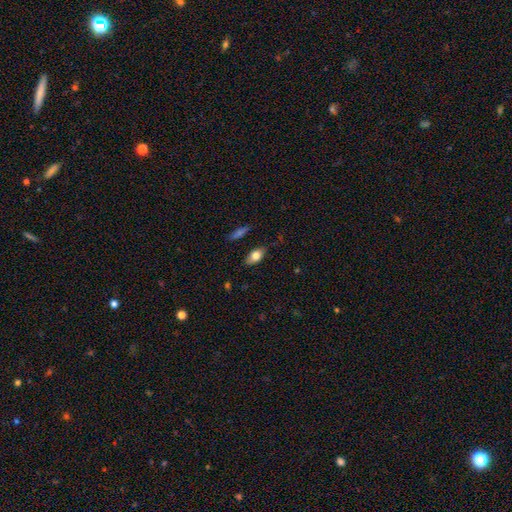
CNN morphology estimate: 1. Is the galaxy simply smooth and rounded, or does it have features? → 74% smooth, 19% featured or disk, 7% star or artifact.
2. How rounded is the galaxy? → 86% in between, 8% cigar-shaped, 6% round.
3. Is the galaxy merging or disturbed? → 79% none, 16% minor disturbance, 3% major disturbance, 2% merger.